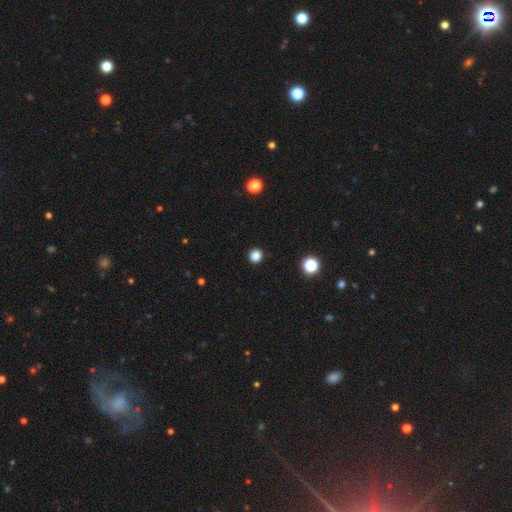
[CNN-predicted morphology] This appears to be a smooth galaxy with no disk features (84%) that is round (95%). Merging: none (93%).